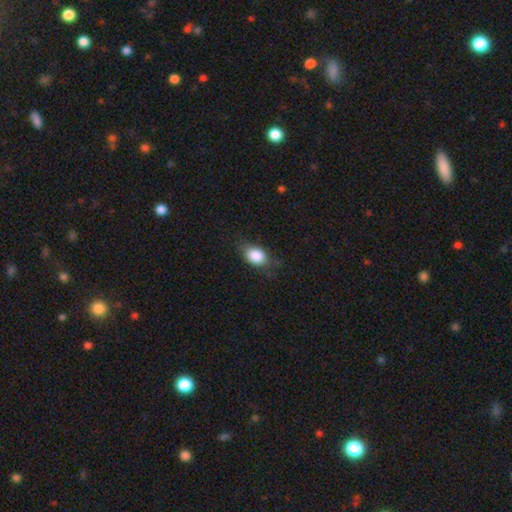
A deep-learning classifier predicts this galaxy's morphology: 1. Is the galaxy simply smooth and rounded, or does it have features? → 85% smooth, 8% star or artifact, 8% featured or disk.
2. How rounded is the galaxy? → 76% in between, 22% round, 2% cigar-shaped.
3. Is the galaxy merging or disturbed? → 70% none, 22% minor disturbance, 7% major disturbance, 1% merger.